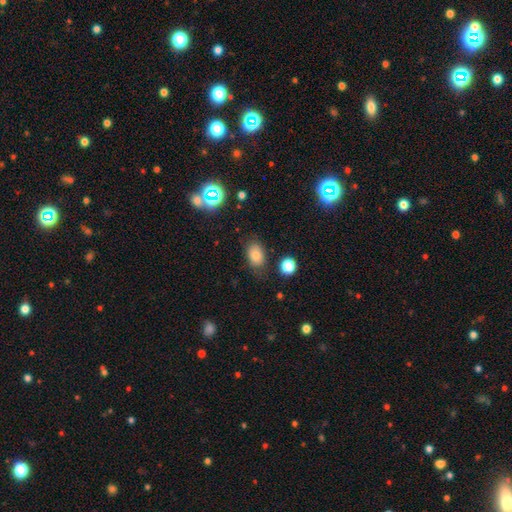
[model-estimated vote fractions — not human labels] The model was most divided on "how rounded": in between: 79%, round: 20%, cigar-shaped: 1%. More confident: smooth or featured — smooth (78%); merging — none (77%).